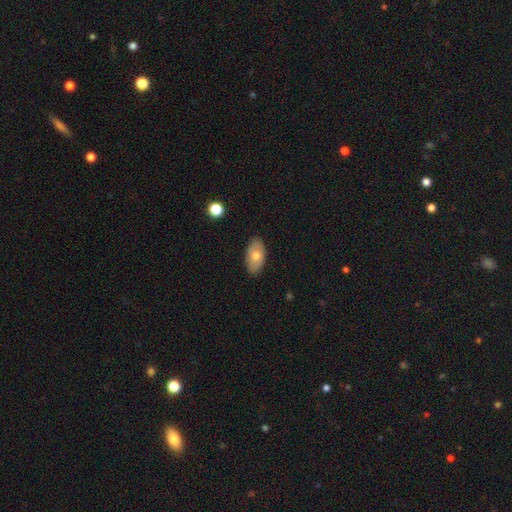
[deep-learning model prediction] Q: Smooth or featured?
A: smooth (69%); runner-up: featured or disk (24%)
Q: How rounded?
A: in between (93%); runner-up: round (5%)
Q: Merging?
A: none (85%); runner-up: minor disturbance (12%)